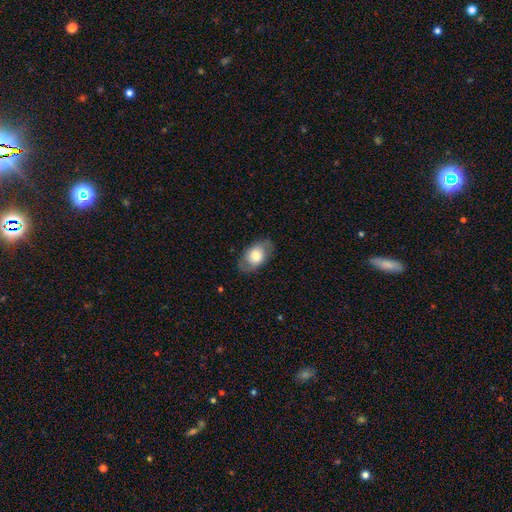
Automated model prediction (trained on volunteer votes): The model was most divided on "smooth or featured": smooth: 63%, featured or disk: 31%, star or artifact: 7%. More confident: how rounded — in between (84%); merging — none (80%).